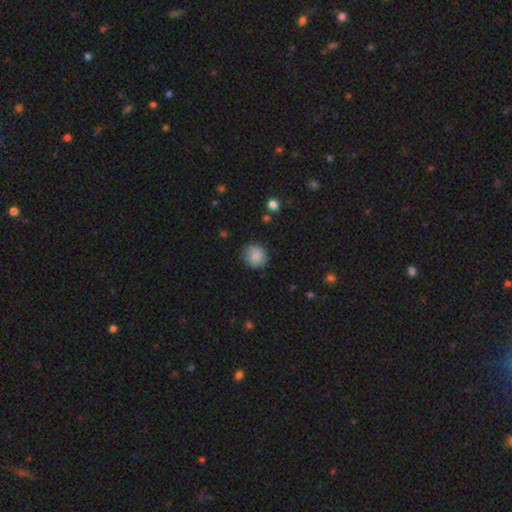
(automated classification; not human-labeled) A smooth galaxy with no disk features (86%) that is round (83%).

Vote fractions:
- Smooth or featured? smooth: 86% / star or artifact: 8% / featured or disk: 6%
- How rounded? round: 83% / in between: 16% / cigar-shaped: 1%
- Merging? none: 79% / minor disturbance: 16% / major disturbance: 4% / merger: 1%